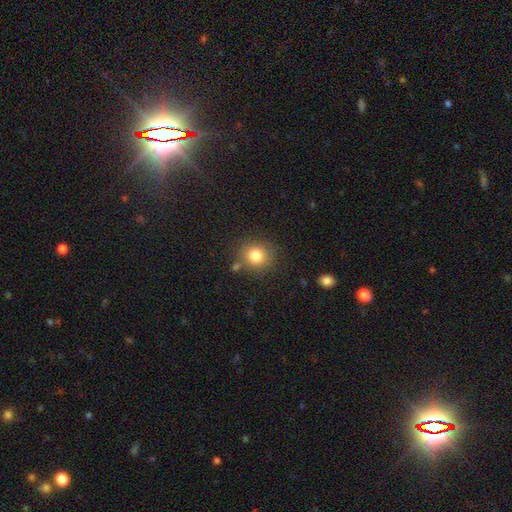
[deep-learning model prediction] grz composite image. It shows a smooth galaxy with no disk features (81%) that is round (87%). Merging: none (79%).